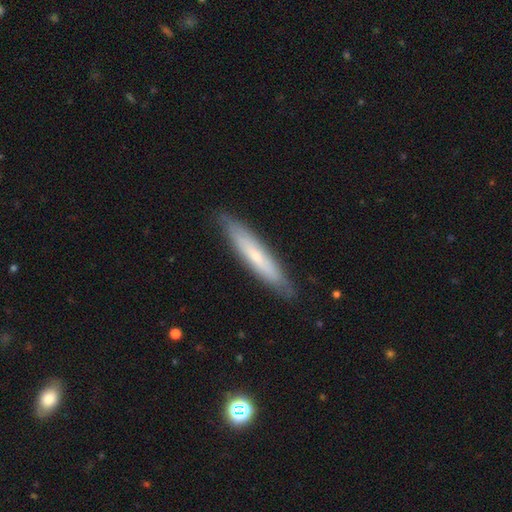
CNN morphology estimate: A smooth galaxy with no disk features (51%) that is cigar-shaped (88%). Merging: none (85%).